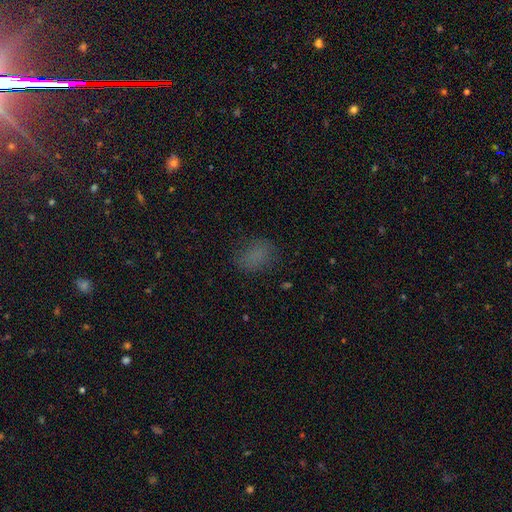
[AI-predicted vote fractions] Q: Smooth or featured?
A: smooth (74%); runner-up: star or artifact (17%)
Q: How rounded?
A: in between (72%); runner-up: round (26%)
Q: Merging?
A: none (72%); runner-up: minor disturbance (18%)